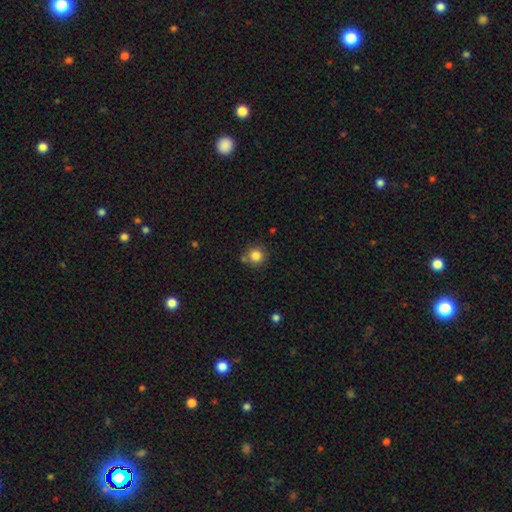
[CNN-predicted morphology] Smooth or featured? smooth (83%)
How rounded? round (93%)
Merging? none (76%)